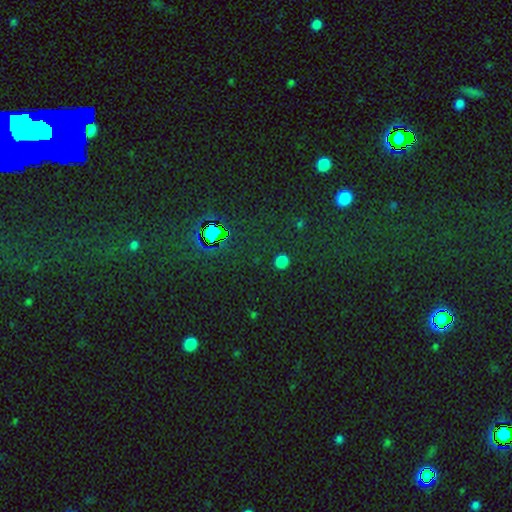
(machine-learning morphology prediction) The model was most divided on "smooth or featured": star or artifact: 74%, smooth: 16%, featured or disk: 10%.